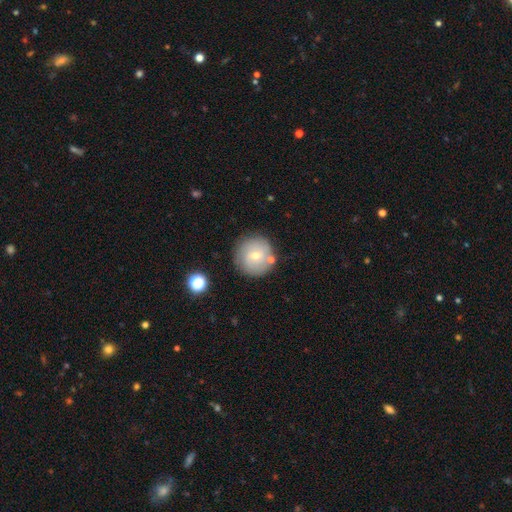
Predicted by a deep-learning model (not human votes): Q: Smooth or featured?
A: smooth (56%); runner-up: featured or disk (36%)
Q: How rounded?
A: round (94%); runner-up: in between (5%)
Q: Merging?
A: none (78%); runner-up: minor disturbance (12%)